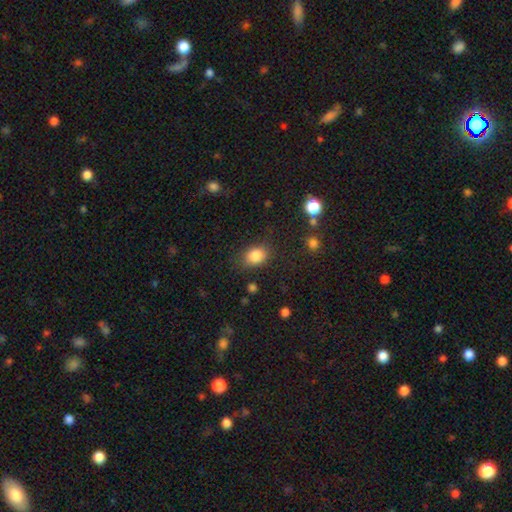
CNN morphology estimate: A smooth galaxy with no disk features (84%) that is in between round and cigar-shaped (58%).

Vote fractions:
- Smooth or featured? smooth: 84% / star or artifact: 10% / featured or disk: 6%
- How rounded? in between: 58% / round: 41% / cigar-shaped: 1%
- Merging? none: 77% / minor disturbance: 15% / major disturbance: 5% / merger: 2%